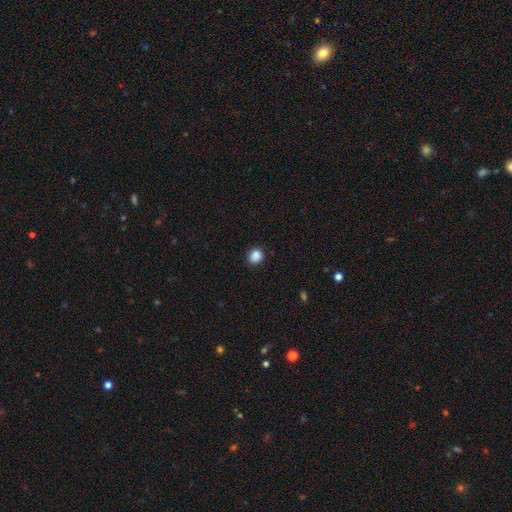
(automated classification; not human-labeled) Overall: smooth (87%). How rounded: round (77%). Merging: none (89%).